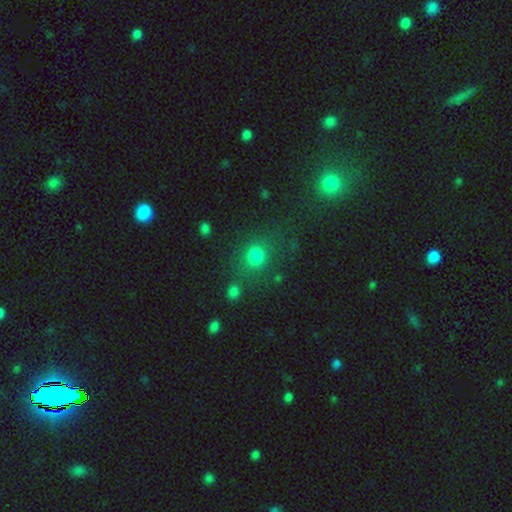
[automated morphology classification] smooth-or-featured: smooth: 75% | star or artifact: 17% | featured or disk: 8%
  how-rounded: round: 77% | in between: 21% | cigar-shaped: 2%
  merging: none: 71% | minor disturbance: 13% | merger: 9% | major disturbance: 8%